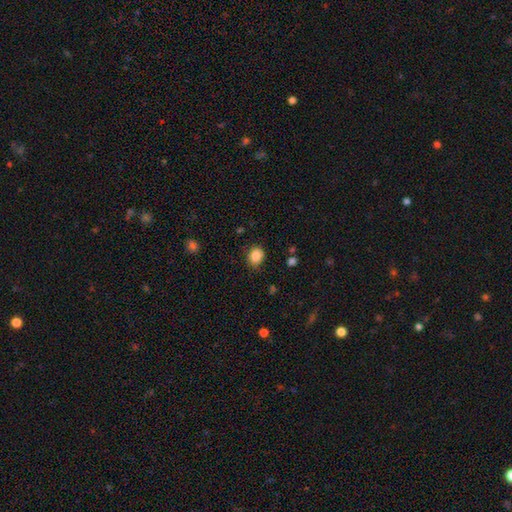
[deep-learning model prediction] smooth_or_featured: smooth (p=0.86) [alt: star or artifact p=0.09]
how_rounded: round (p=0.51) [alt: in between p=0.48]
merging: none (p=0.79) [alt: minor disturbance p=0.16]